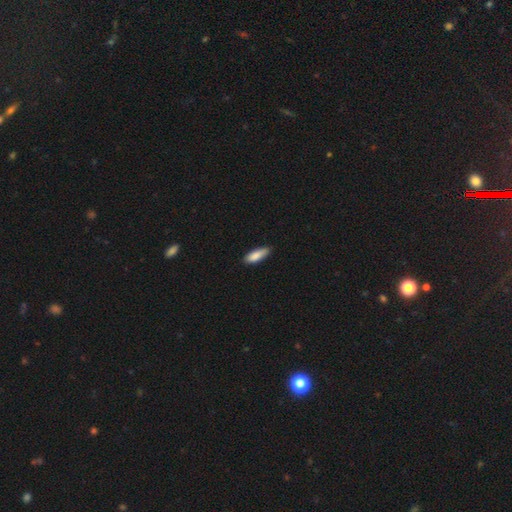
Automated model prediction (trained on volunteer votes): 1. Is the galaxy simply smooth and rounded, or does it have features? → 87% smooth, 8% featured or disk, 6% star or artifact.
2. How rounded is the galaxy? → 63% in between, 35% cigar-shaped, 2% round.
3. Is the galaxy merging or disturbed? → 80% none, 16% minor disturbance, 2% major disturbance, 1% merger.